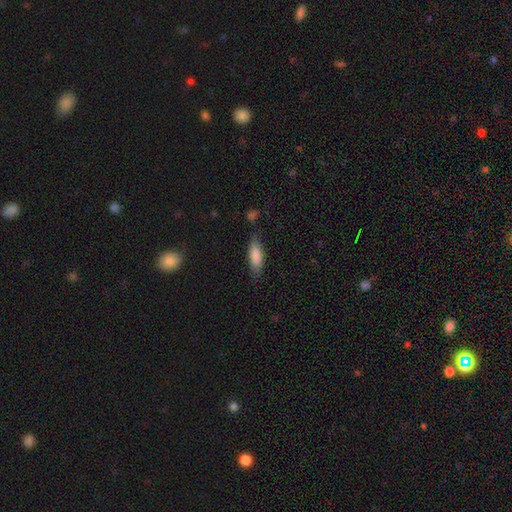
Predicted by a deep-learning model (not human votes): A smooth galaxy with no disk features (85%) that is in between round and cigar-shaped (67%). Merging: none (74%).